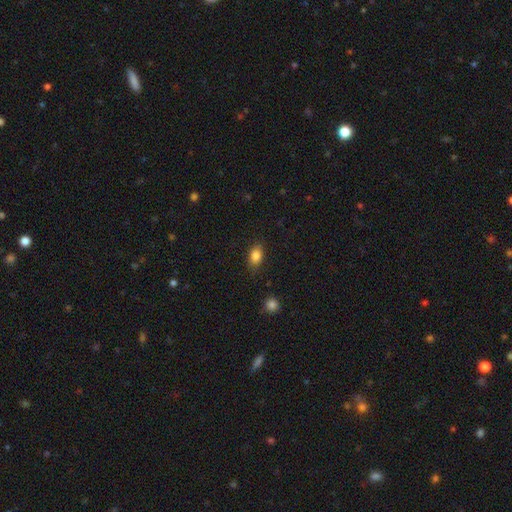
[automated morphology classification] A smooth galaxy with no disk features (85%) that is in between round and cigar-shaped (80%). Merging: none (81%).